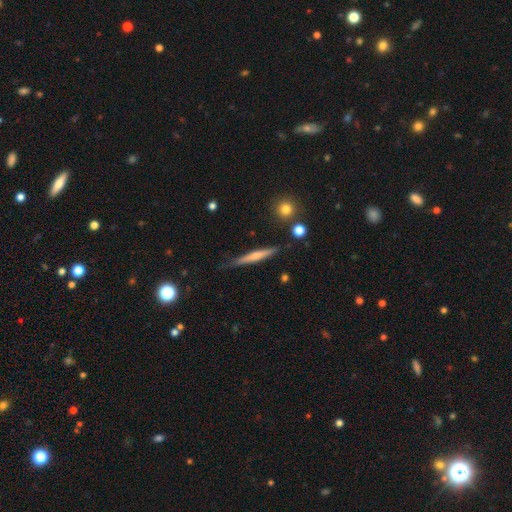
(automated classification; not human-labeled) Morphology: type=smooth (49%); merging=none (76%).